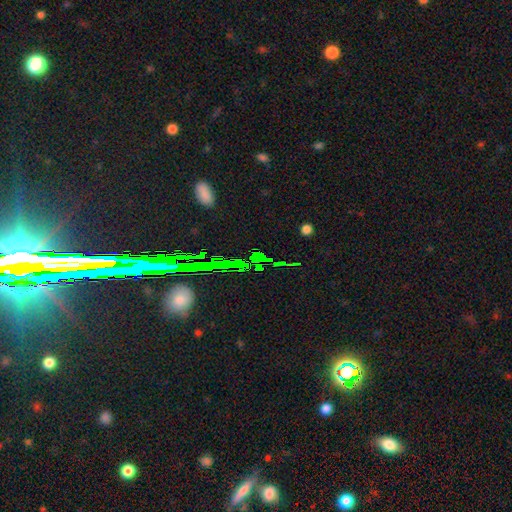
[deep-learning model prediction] Smooth or featured: star or artifact — 74% (smooth — 16%)